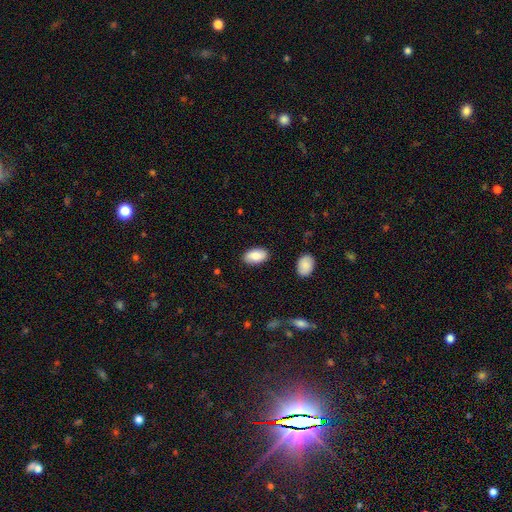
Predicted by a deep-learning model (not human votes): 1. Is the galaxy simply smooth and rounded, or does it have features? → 85% smooth, 9% featured or disk, 6% star or artifact.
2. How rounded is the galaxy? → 94% in between, 4% round, 2% cigar-shaped.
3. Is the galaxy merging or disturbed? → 85% none, 11% minor disturbance, 2% major disturbance, 2% merger.